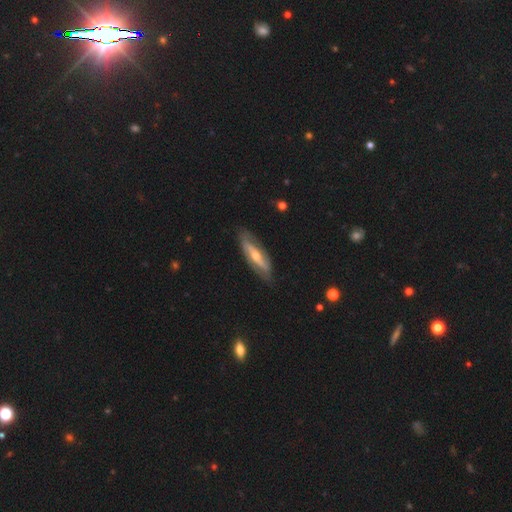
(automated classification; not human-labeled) Smooth or featured? featured or disk (75%)
Edge-on disk? no (71%)
Bar? strong (45%)
Spiral arms? yes (71%)
Bulge size? moderate (57%)
Merging? none (80%)